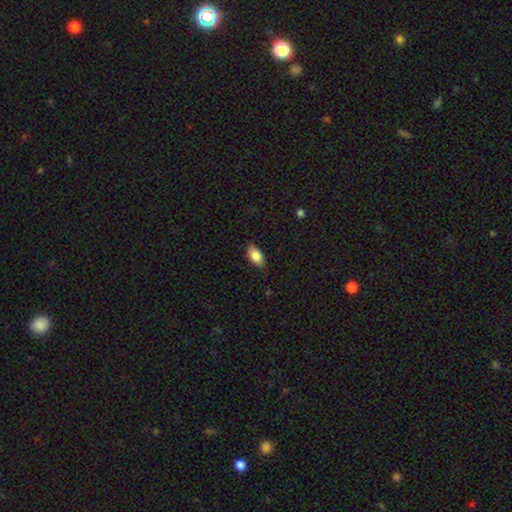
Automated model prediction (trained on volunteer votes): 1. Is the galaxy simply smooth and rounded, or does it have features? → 83% smooth, 10% featured or disk, 7% star or artifact.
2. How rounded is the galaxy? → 91% in between, 5% round, 4% cigar-shaped.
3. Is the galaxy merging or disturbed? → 83% none, 13% minor disturbance, 2% major disturbance, 1% merger.